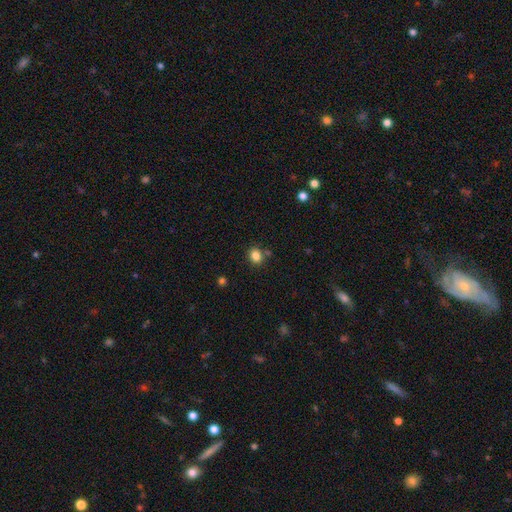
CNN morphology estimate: This appears to be a smooth galaxy with no disk features (84%) that is round (56%). Merging: none (81%).